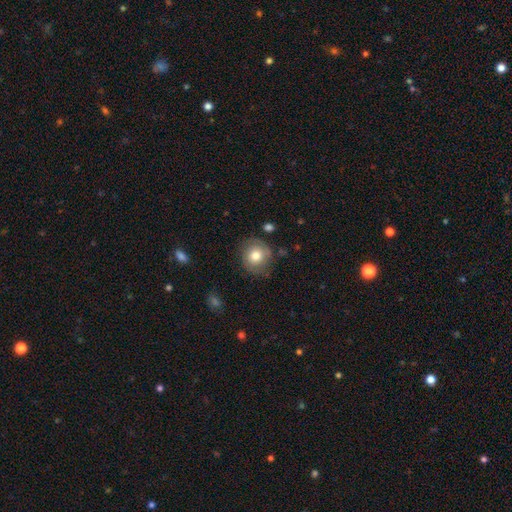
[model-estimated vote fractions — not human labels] Smooth or featured? Predicted: smooth (p=0.73). How rounded? Predicted: round (p=0.85). Merging? Predicted: none (p=0.74).